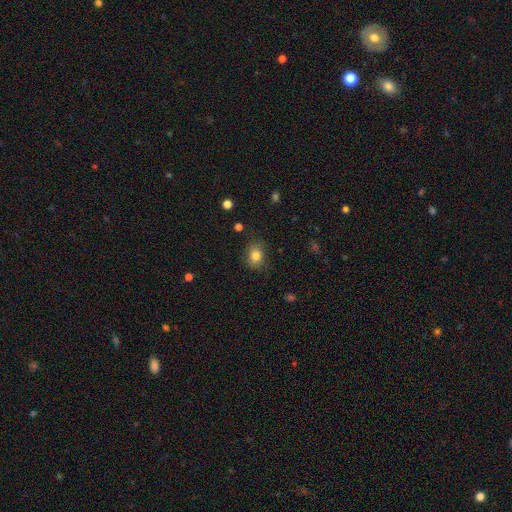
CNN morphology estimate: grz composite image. It shows a smooth galaxy with no disk features (82%) that is round (54%). Merging: none (79%).